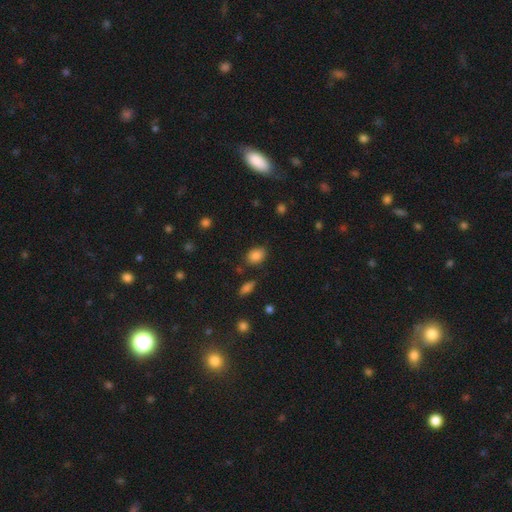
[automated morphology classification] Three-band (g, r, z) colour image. It shows a smooth galaxy with no disk features (85%) that is in between round and cigar-shaped (75%). Merging: none (80%).